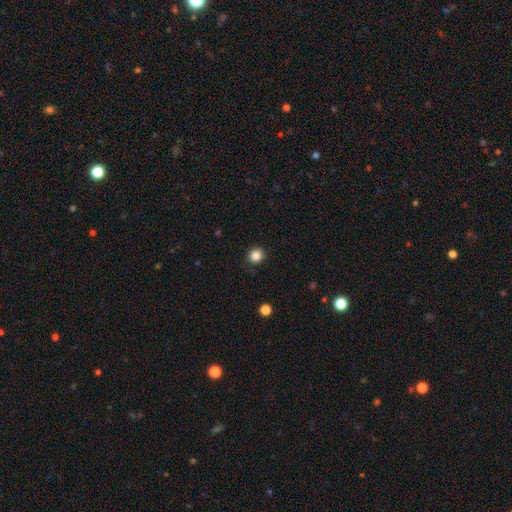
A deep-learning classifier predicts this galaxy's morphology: This is clearly a smooth galaxy (85%). How rounded: clearly round (88%). Merging: clearly none (87%).